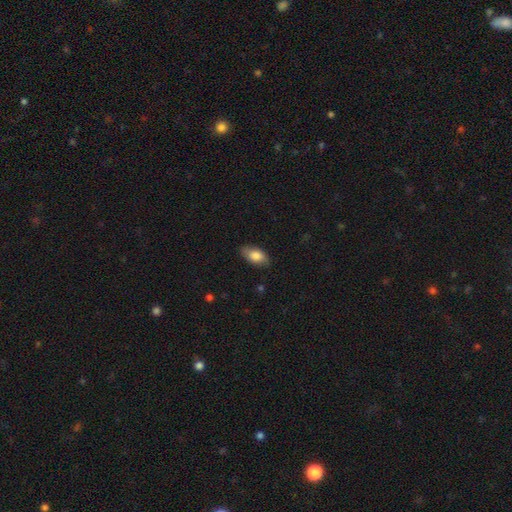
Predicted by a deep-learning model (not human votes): smooth-or-featured: smooth: 79% | featured or disk: 14% | star or artifact: 7%
  how-rounded: in between: 91% | round: 5% | cigar-shaped: 4%
  merging: none: 80% | minor disturbance: 16% | major disturbance: 3% | merger: 1%